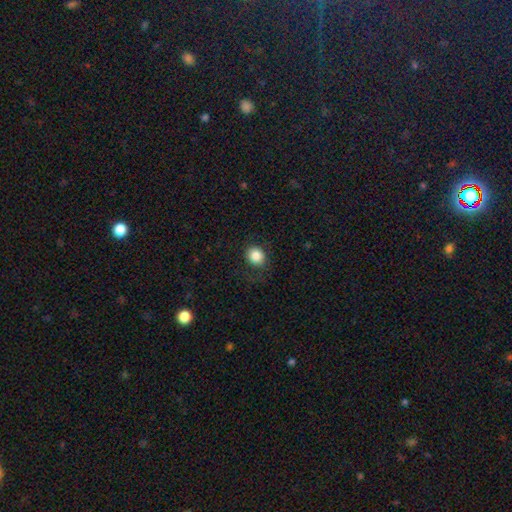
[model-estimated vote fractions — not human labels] smooth_or_featured: smooth (p=0.86) [alt: star or artifact p=0.09]
how_rounded: round (p=0.78) [alt: in between p=0.21]
merging: none (p=0.82) [alt: minor disturbance p=0.12]